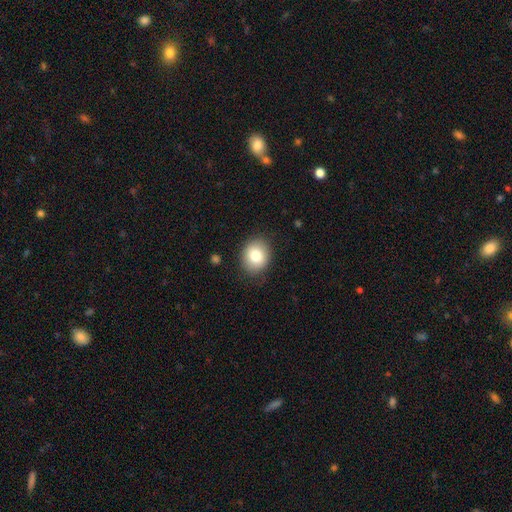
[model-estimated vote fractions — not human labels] smooth_or_featured: smooth (p=0.81) [alt: featured or disk p=0.11]
how_rounded: round (p=0.63) [alt: in between p=0.36]
merging: none (p=0.85) [alt: minor disturbance p=0.11]